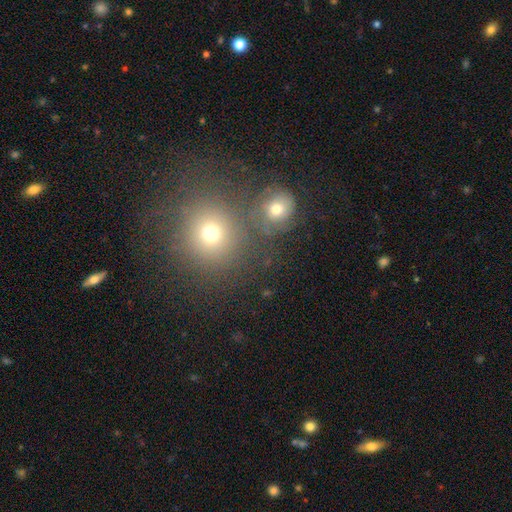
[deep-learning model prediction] Q: Smooth or featured?
A: smooth (55%); runner-up: star or artifact (32%)
Q: How rounded?
A: round (89%); runner-up: in between (10%)
Q: Merging?
A: none (66%); runner-up: merger (22%)